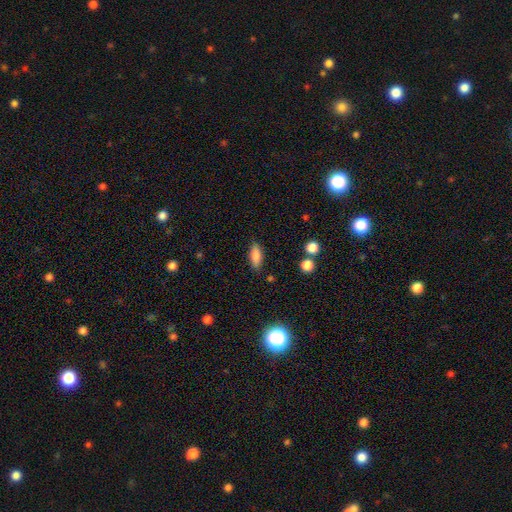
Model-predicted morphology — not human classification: Smooth or featured? Predicted: smooth (p=0.83). How rounded? Predicted: in between (p=0.71). Merging? Predicted: none (p=0.84).